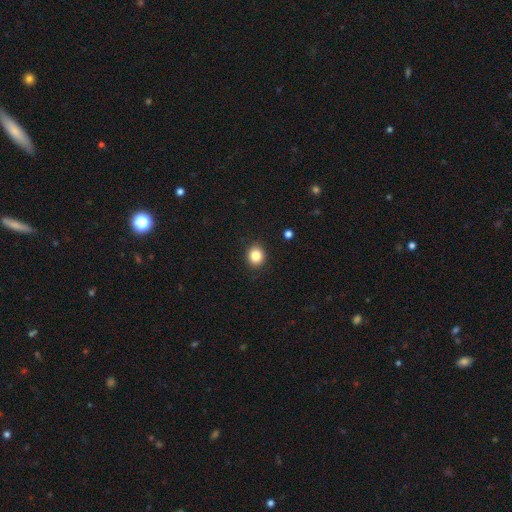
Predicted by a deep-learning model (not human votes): The model was most divided on "how rounded": round: 77%, in between: 23%, cigar-shaped: 1%. More confident: merging — none (91%); smooth or featured — smooth (84%).